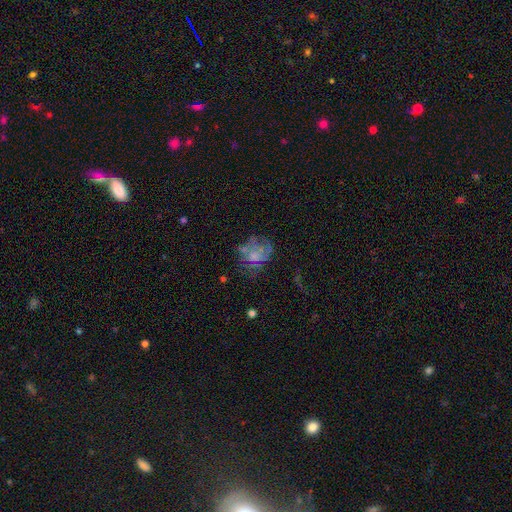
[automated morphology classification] This appears to be a featured or disk galaxy (53%) with no bar (87%), no spiral arms (67%) and no central bulge (40%). Merging: none (45%).